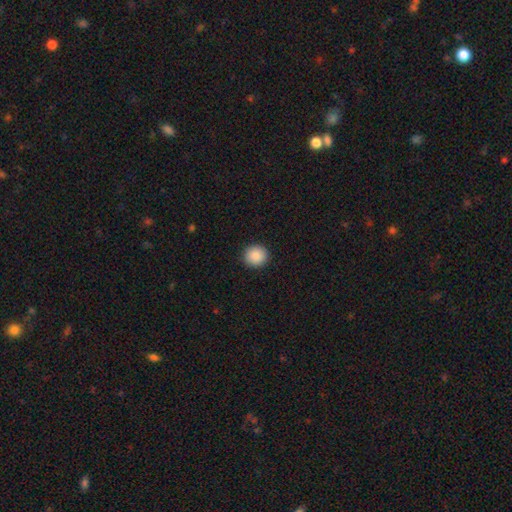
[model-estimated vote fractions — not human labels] Smooth or featured? Predicted: smooth (p=0.87). How rounded? Predicted: round (p=0.91). Merging? Predicted: none (p=0.92).